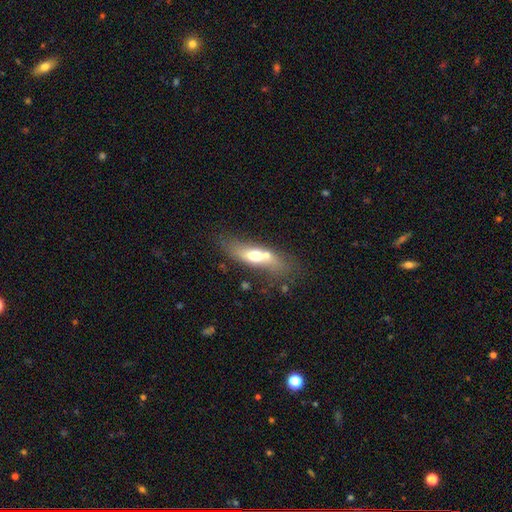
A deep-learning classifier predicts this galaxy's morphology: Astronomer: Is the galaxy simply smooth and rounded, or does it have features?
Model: smooth — 51% (runner-up: featured or disk, 41%).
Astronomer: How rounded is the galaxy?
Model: in between — 54% (runner-up: cigar-shaped, 41%).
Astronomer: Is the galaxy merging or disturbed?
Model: none — 50%.